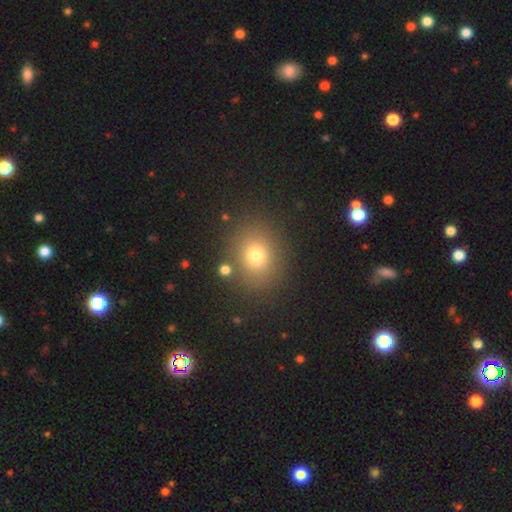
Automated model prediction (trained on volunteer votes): Overall: smooth (74%). How rounded: round (68%; in between 31%). Merging: none (82%).